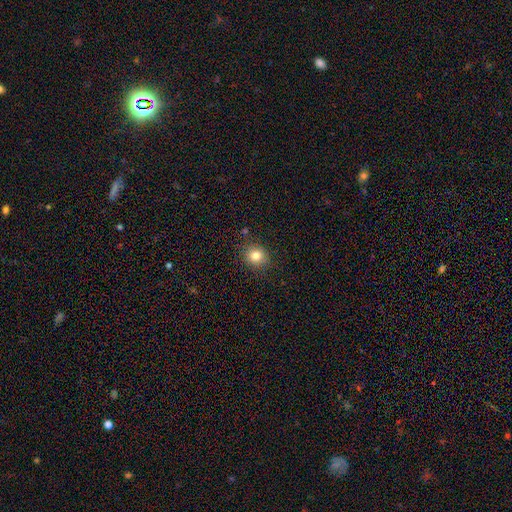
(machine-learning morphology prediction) smooth_or_featured: smooth (p=0.82) [alt: star or artifact p=0.12]
how_rounded: round (p=0.78) [alt: in between p=0.21]
merging: none (p=0.87) [alt: minor disturbance p=0.09]